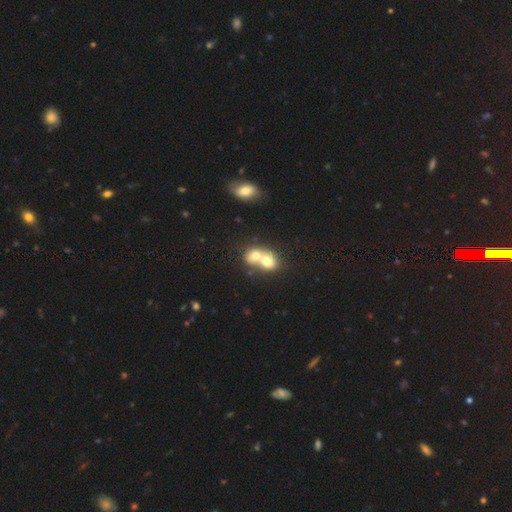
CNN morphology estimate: The model was most divided on "how rounded": round: 57%, in between: 42%, cigar-shaped: 1%. More confident: merging — merger (77%); smooth or featured — smooth (68%).